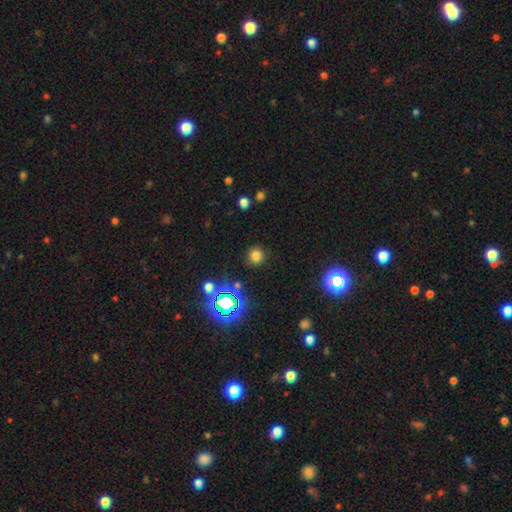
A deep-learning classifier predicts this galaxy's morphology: The model was most divided on "smooth or featured": smooth: 72%, star or artifact: 22%, featured or disk: 6%. More confident: how rounded — round (93%); merging — none (88%).